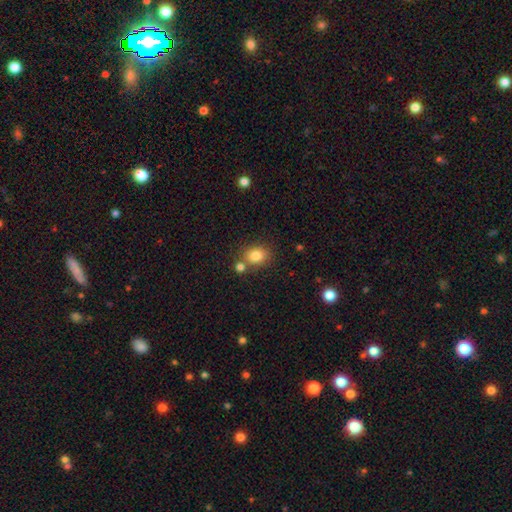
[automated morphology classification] A smooth galaxy with no disk features (83%) that is in between round and cigar-shaped (50%).

Vote fractions:
- Smooth or featured? smooth: 83% / star or artifact: 10% / featured or disk: 7%
- How rounded? in between: 50% / round: 49% / cigar-shaped: 1%
- Merging? none: 64% / merger: 21% / minor disturbance: 11% / major disturbance: 4%